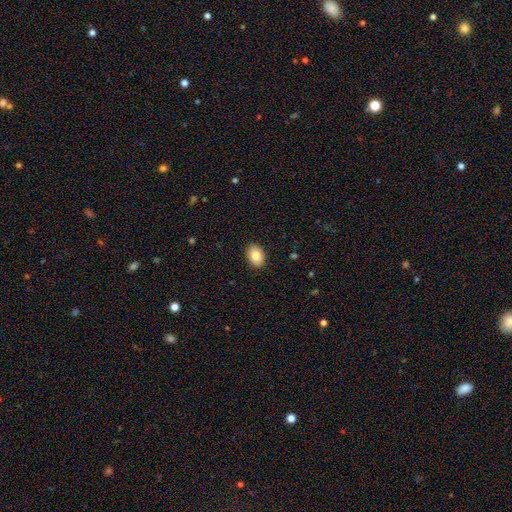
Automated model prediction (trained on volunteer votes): Q: Smooth or featured?
A: smooth (86%); runner-up: star or artifact (7%)
Q: How rounded?
A: in between (80%); runner-up: round (19%)
Q: Merging?
A: none (90%); runner-up: minor disturbance (7%)